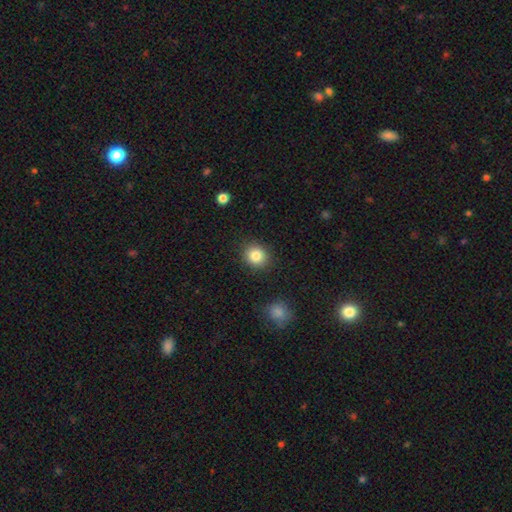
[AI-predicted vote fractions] Q: Smooth or featured?
A: smooth (85%); runner-up: star or artifact (10%)
Q: How rounded?
A: round (83%); runner-up: in between (16%)
Q: Merging?
A: none (88%); runner-up: minor disturbance (8%)